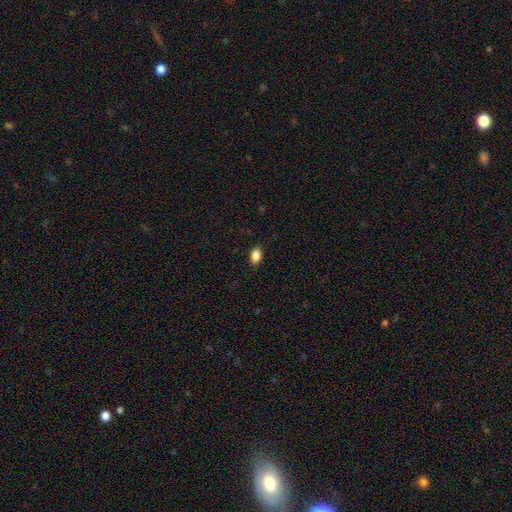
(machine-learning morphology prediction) smooth-or-featured: smooth: 87% | star or artifact: 9% | featured or disk: 4%
  how-rounded: in between: 86% | round: 12% | cigar-shaped: 2%
  merging: none: 87% | minor disturbance: 10% | major disturbance: 2% | merger: 1%